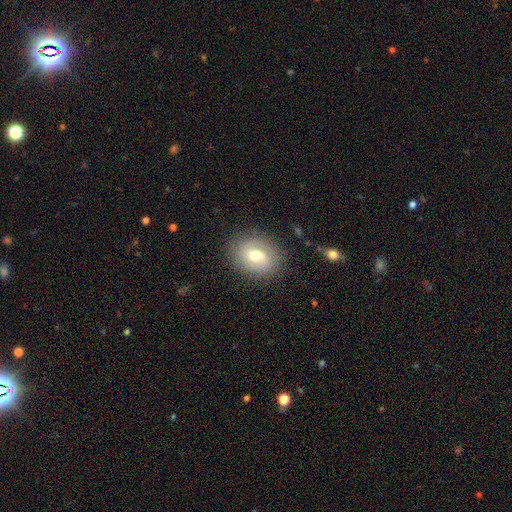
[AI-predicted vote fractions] smooth_or_featured: smooth (p=0.58) [alt: featured or disk p=0.33]
how_rounded: in between (p=0.50) [alt: round p=0.49]
merging: none (p=0.83) [alt: minor disturbance p=0.12]